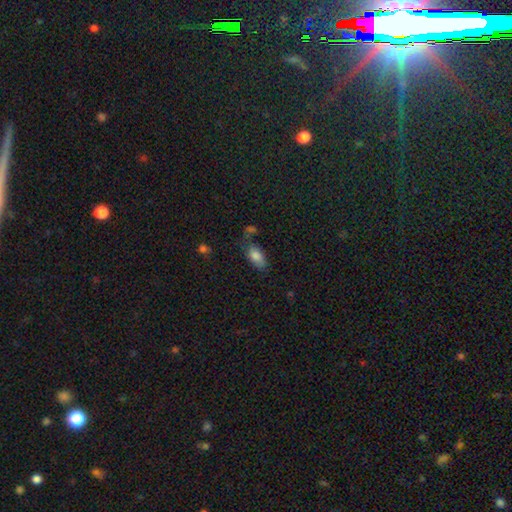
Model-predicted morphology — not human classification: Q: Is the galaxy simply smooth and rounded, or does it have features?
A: smooth — 83%.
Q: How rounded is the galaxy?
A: in between — 91%.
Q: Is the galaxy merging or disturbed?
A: none — 56%.